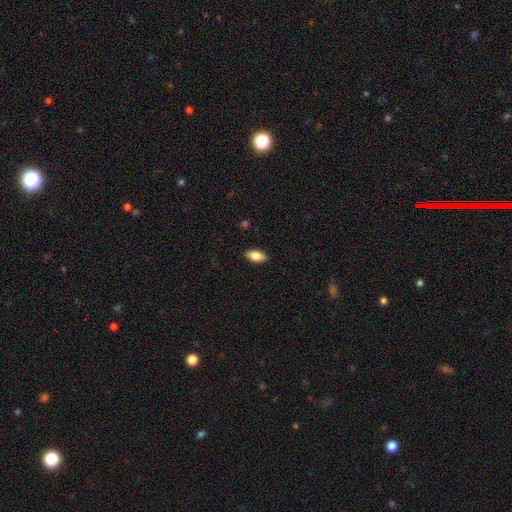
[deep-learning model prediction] This is clearly a smooth galaxy (84%). How rounded: clearly in between (92%). Merging: clearly none (89%).